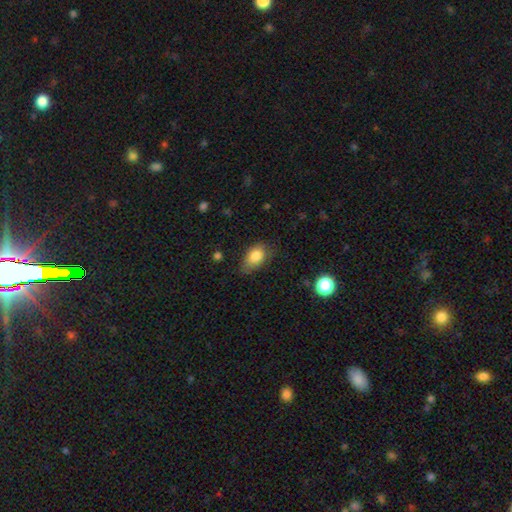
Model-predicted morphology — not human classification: Smooth or featured? Predicted: smooth (p=0.82). How rounded? Predicted: in between (p=0.86). Merging? Predicted: none (p=0.59).